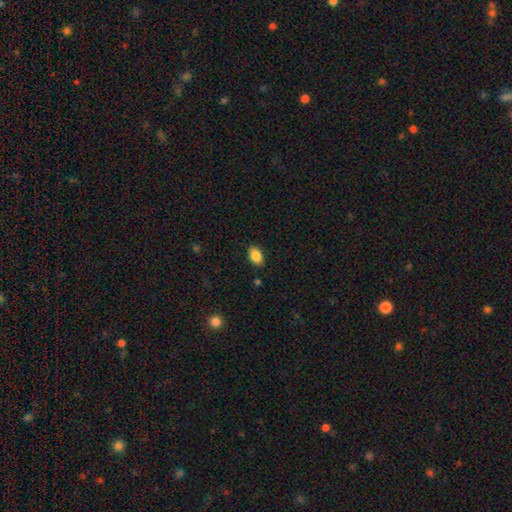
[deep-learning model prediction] smooth_or_featured: smooth (p=0.85) [alt: star or artifact p=0.08]
how_rounded: in between (p=0.87) [alt: round p=0.12]
merging: none (p=0.86) [alt: minor disturbance p=0.10]